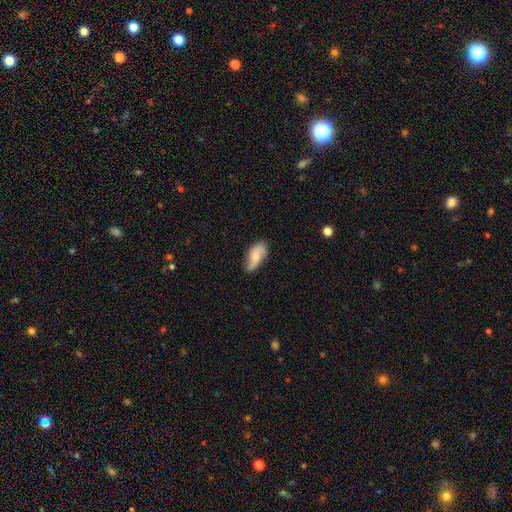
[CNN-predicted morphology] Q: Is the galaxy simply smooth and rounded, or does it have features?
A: smooth — 55%.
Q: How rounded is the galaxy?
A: in between — 89%.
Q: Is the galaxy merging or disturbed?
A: none — 65%.